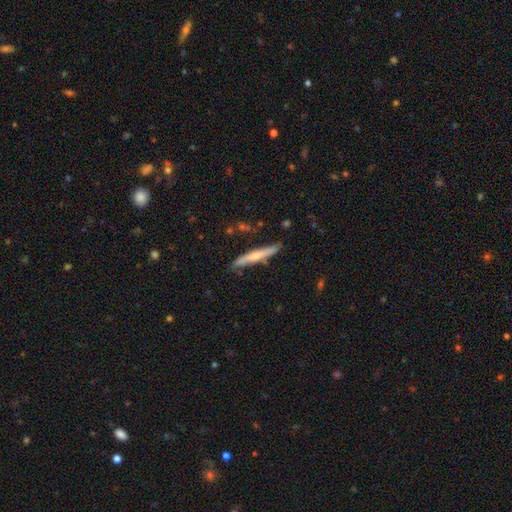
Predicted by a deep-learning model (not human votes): Smooth or featured? smooth (48%)
Merging? none (83%)